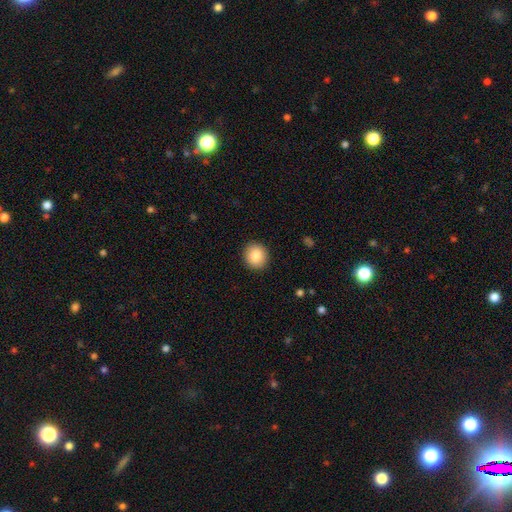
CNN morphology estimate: Smooth or featured?
  - smooth: 85% *
  - star or artifact: 8%
  - featured or disk: 7%
How rounded?
  - round: 84% *
  - in between: 15%
  - cigar-shaped: 1%
Merging?
  - none: 91% *
  - minor disturbance: 6%
  - major disturbance: 2%
  - merger: 1%